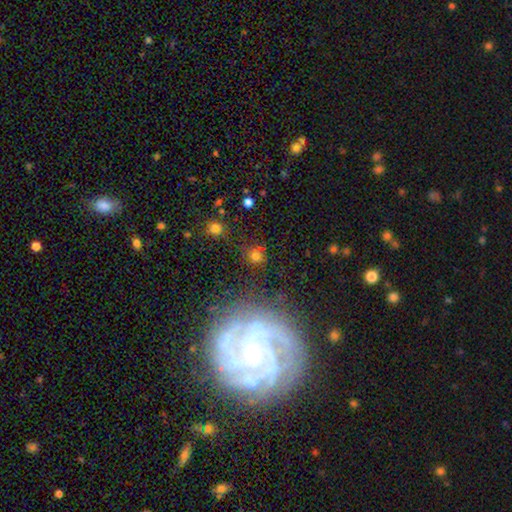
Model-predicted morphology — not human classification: type=smooth (67%); roundness=round (89%); merging=none (80%).